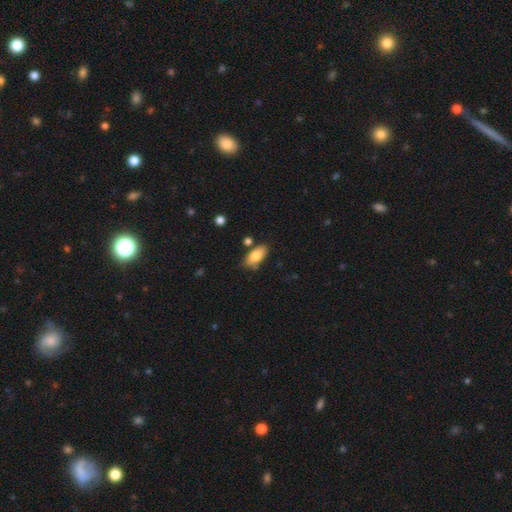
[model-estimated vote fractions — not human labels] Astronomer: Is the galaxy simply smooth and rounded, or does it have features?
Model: smooth — 82%.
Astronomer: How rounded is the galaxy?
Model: in between — 88%.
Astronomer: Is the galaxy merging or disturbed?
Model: none — 74%.